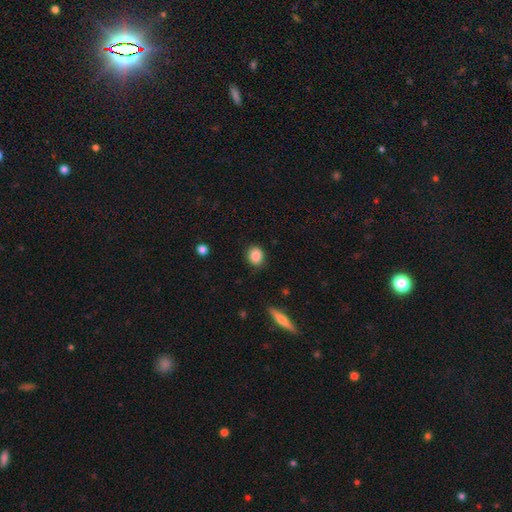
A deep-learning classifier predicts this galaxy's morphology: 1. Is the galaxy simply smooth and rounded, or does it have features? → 87% smooth, 9% star or artifact, 5% featured or disk.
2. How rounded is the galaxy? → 58% round, 40% in between, 1% cigar-shaped.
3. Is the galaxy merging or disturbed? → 87% none, 10% minor disturbance, 2% major disturbance, 1% merger.